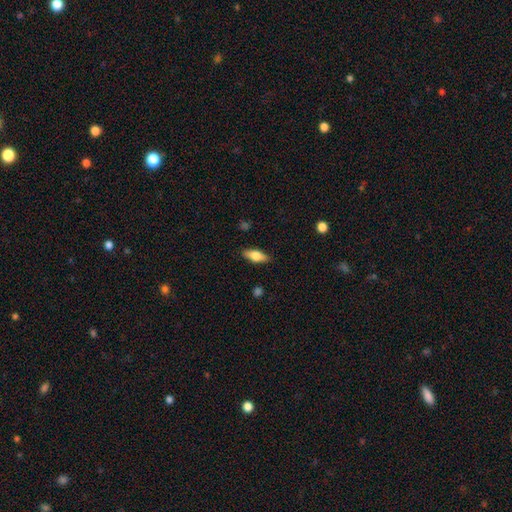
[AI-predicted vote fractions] Smooth or featured?
  - smooth: 67% *
  - featured or disk: 27%
  - star or artifact: 7%
How rounded?
  - in between: 72% *
  - cigar-shaped: 25%
  - round: 3%
Merging?
  - none: 87% *
  - minor disturbance: 10%
  - major disturbance: 2%
  - merger: 1%